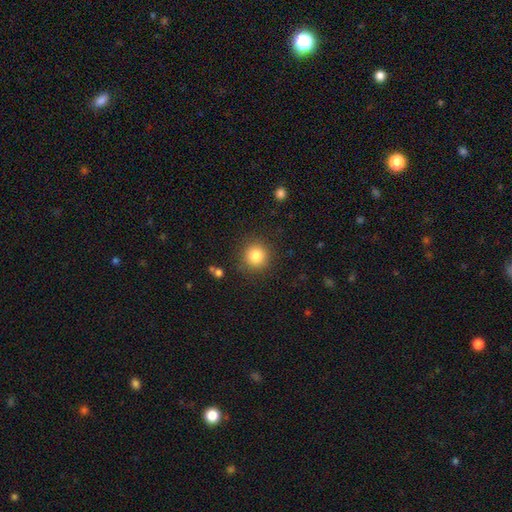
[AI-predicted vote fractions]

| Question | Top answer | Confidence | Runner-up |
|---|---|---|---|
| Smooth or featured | smooth | 83% | star or artifact (11%) |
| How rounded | round | 93% | in between (6%) |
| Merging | none | 88% | minor disturbance (8%) |